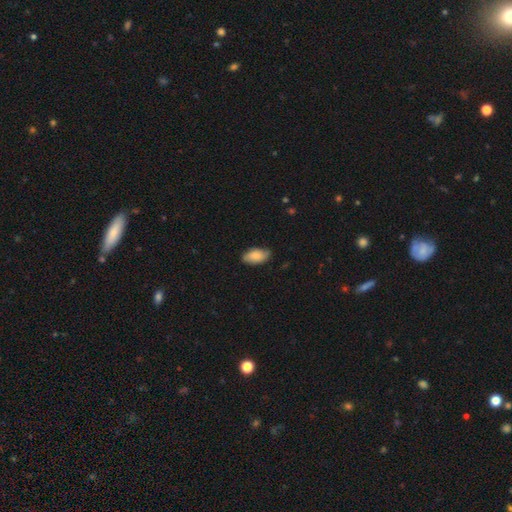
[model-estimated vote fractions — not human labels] This is likely a smooth galaxy (80%). How rounded: clearly in between (94%). Merging: likely none (78%).